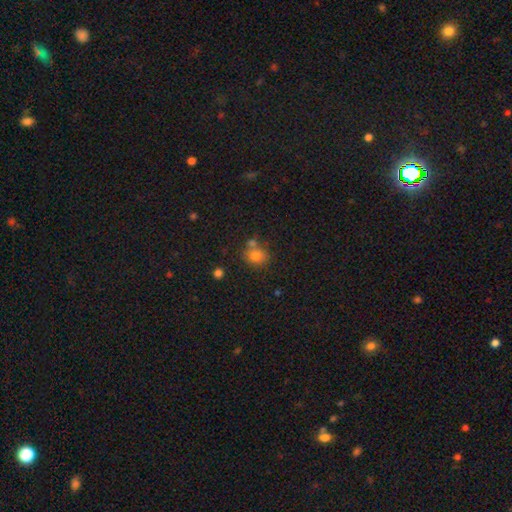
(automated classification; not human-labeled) smooth_or_featured: smooth (p=0.77) [alt: star or artifact p=0.12]
how_rounded: round (p=0.69) [alt: in between p=0.30]
merging: none (p=0.59) [alt: merger p=0.22]